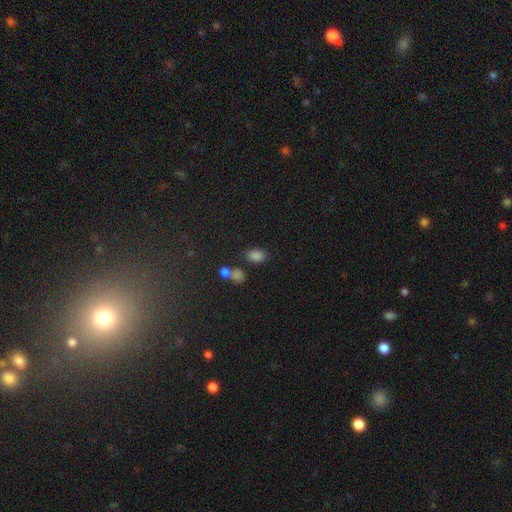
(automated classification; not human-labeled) Smooth or featured? smooth (82%)
How rounded? in between (85%)
Merging? none (69%)